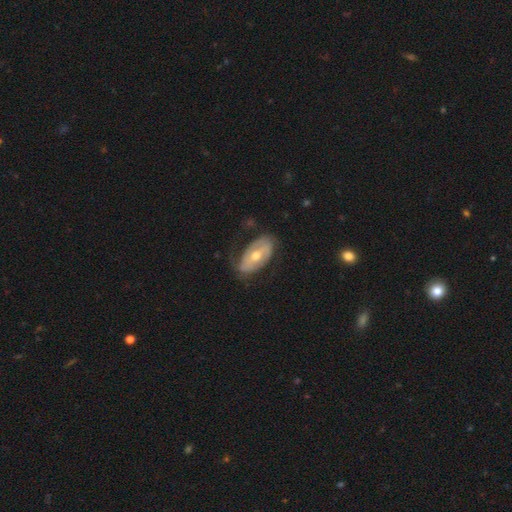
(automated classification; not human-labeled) A featured or disk galaxy (63%) with no bar (45%), spiral arms (57%) and a moderate central bulge (71%).

Vote fractions:
- Smooth or featured? featured or disk: 63% / smooth: 32% / star or artifact: 6%
- Edge-on disk? no: 90% / yes: 10%
- Bar? no: 45% / weak: 32% / strong: 23%
- Spiral arms? yes: 57% / no: 43%
- Bulge size? moderate: 71% / small: 23% / large: 4% / none: 1% / dominant: 1%
- Merging? none: 59% / minor disturbance: 27% / major disturbance: 13% / merger: 2%